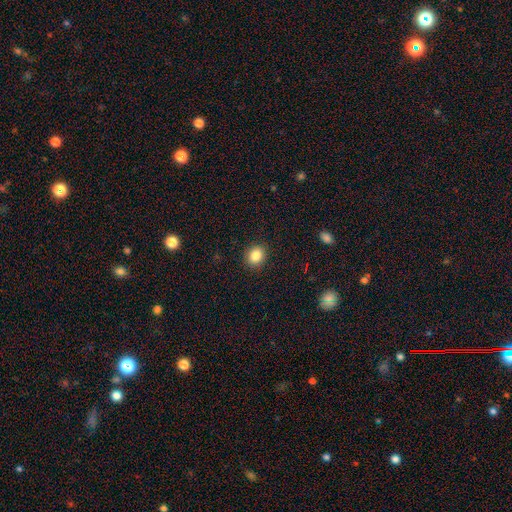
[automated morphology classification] type=smooth (85%); roundness=round (71%); merging=none (91%).